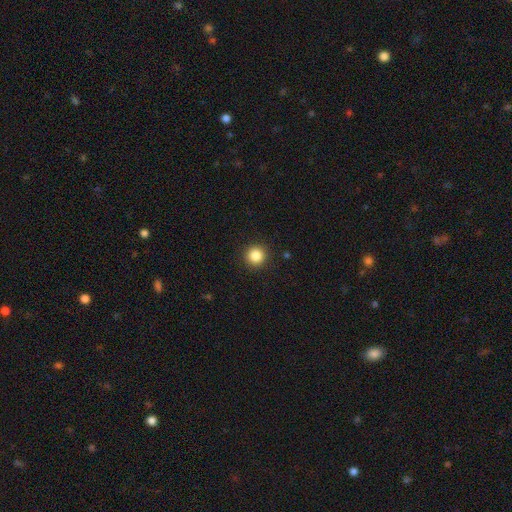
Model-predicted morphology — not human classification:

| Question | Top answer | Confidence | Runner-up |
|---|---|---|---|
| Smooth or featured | smooth | 86% | star or artifact (11%) |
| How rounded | round | 95% | in between (4%) |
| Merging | none | 92% | minor disturbance (5%) |